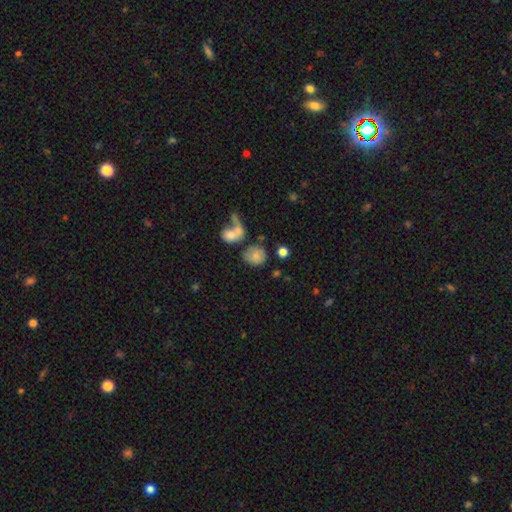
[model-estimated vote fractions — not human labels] Smooth or featured? smooth (76%)
How rounded? round (74%)
Merging? none (50%)